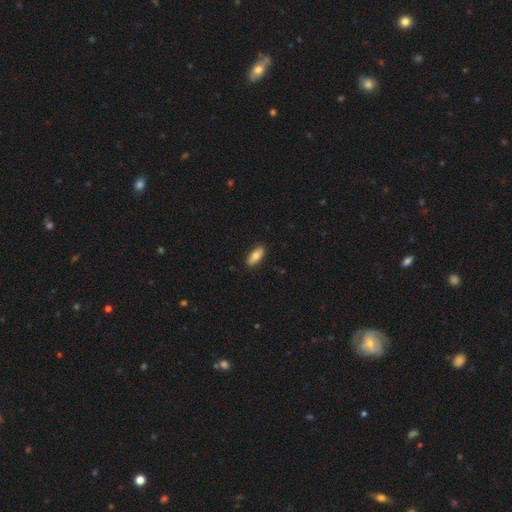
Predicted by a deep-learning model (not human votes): Smooth or featured? Predicted: smooth (p=0.76). How rounded? Predicted: in between (p=0.81). Merging? Predicted: none (p=0.89).